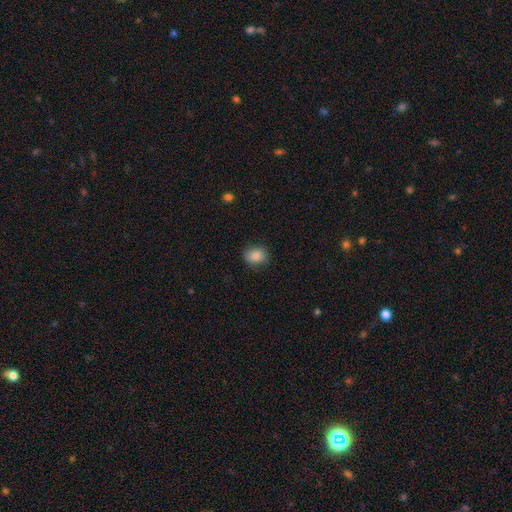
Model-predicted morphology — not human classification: Smooth or featured?
  - smooth: 85% *
  - star or artifact: 9%
  - featured or disk: 6%
How rounded?
  - round: 50% *
  - in between: 49%
  - cigar-shaped: 1%
Merging?
  - none: 82% *
  - minor disturbance: 14%
  - major disturbance: 3%
  - merger: 1%